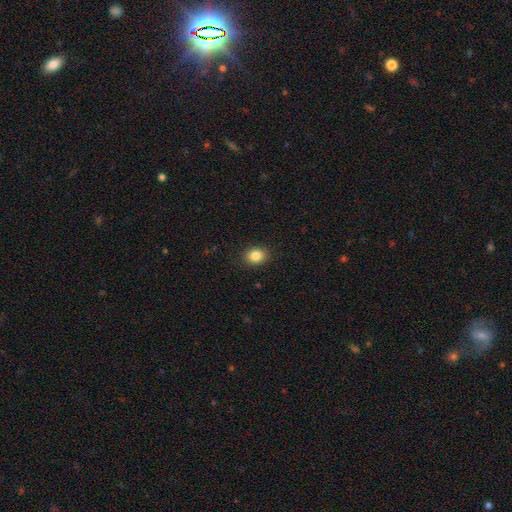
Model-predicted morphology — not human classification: Smooth or featured?
  - smooth: 84% *
  - star or artifact: 10%
  - featured or disk: 6%
How rounded?
  - in between: 52% *
  - round: 47%
  - cigar-shaped: 1%
Merging?
  - none: 90% *
  - minor disturbance: 8%
  - major disturbance: 2%
  - merger: 1%